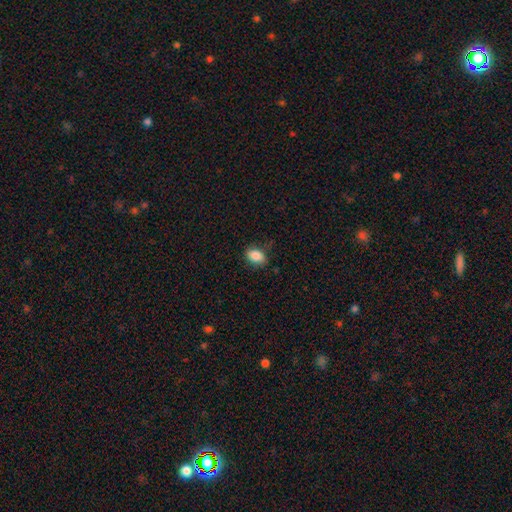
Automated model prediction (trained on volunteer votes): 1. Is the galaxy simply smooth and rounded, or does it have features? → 87% smooth, 8% star or artifact, 5% featured or disk.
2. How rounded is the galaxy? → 82% in between, 17% round, 1% cigar-shaped.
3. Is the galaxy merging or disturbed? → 80% none, 15% minor disturbance, 3% major disturbance, 1% merger.